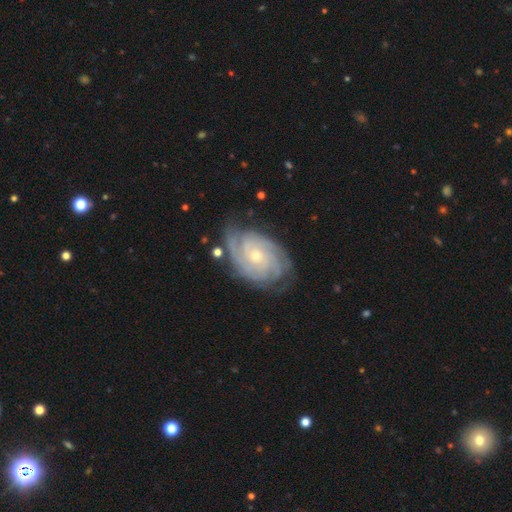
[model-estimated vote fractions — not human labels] Smooth or featured? Predicted: featured or disk (p=0.88). Edge-on disk? Predicted: no (p=0.97). Bar? Predicted: no (p=0.75). Spiral arms? Predicted: yes (p=0.98). Spiral winding? Predicted: tight (p=0.77). Spiral arm count? Predicted: 3 (p=0.24, tied with 4). Bulge size? Predicted: small (p=0.66). Merging? Predicted: none (p=0.75).